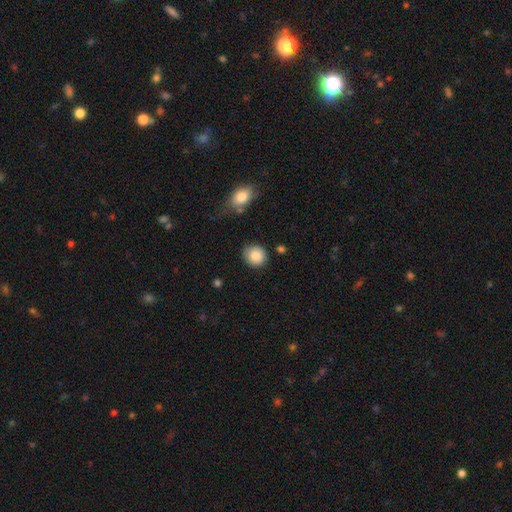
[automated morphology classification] smooth 87%, star or artifact 8%, featured or disk 5%. Down the decision tree: how rounded — round (80%); merging — none (80%).